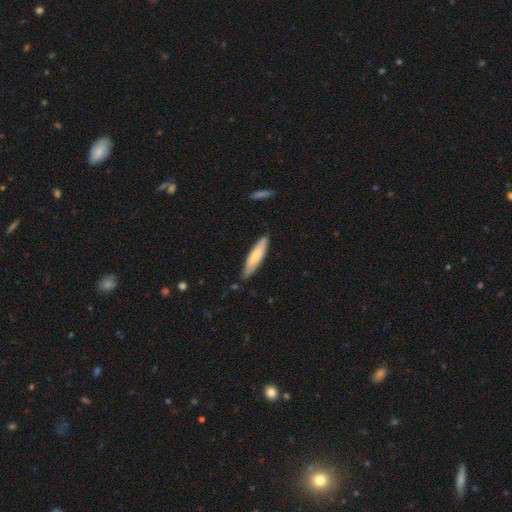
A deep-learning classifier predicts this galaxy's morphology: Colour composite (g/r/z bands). It shows a smooth galaxy with no disk features (68%) that is cigar-shaped (71%). Merging: none (83%).